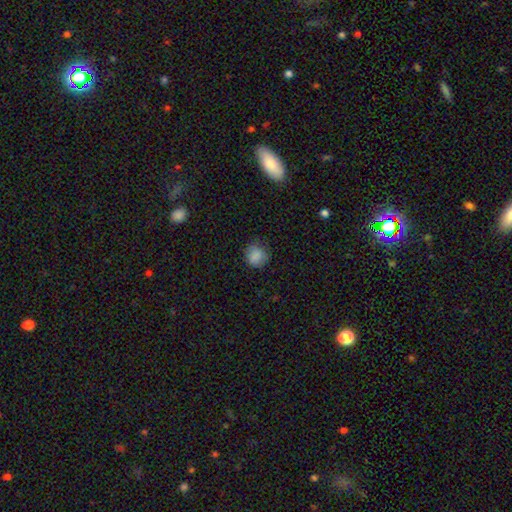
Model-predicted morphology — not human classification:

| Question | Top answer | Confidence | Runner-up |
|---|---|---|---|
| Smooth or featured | smooth | 85% | star or artifact (9%) |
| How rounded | round | 84% | in between (15%) |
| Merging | none | 77% | minor disturbance (17%) |